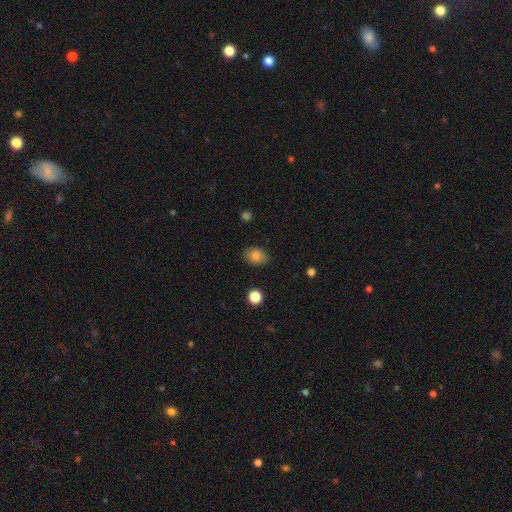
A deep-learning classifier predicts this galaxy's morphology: Smooth or featured? Predicted: smooth (p=0.83). How rounded? Predicted: in between (p=0.61). Merging? Predicted: none (p=0.83).